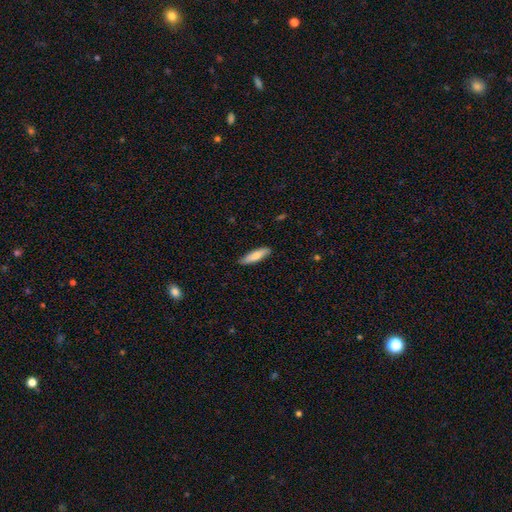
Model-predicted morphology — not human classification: smooth-or-featured: smooth: 76% | featured or disk: 18% | star or artifact: 6%
  how-rounded: cigar-shaped: 64% | in between: 34% | round: 2%
  merging: none: 88% | minor disturbance: 10% | major disturbance: 2% | merger: 1%